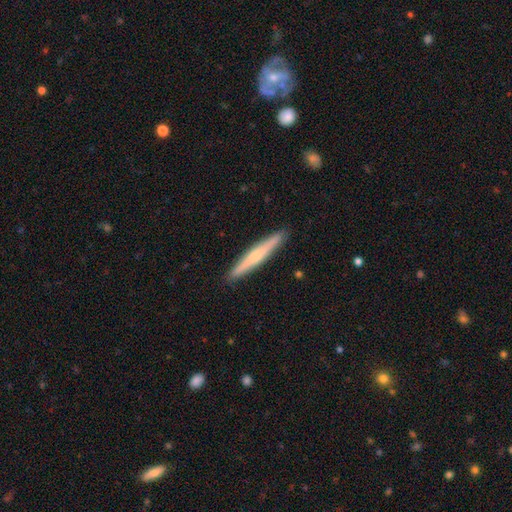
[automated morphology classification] This is possibly a smooth galaxy (49%). Merging: clearly none (92%).